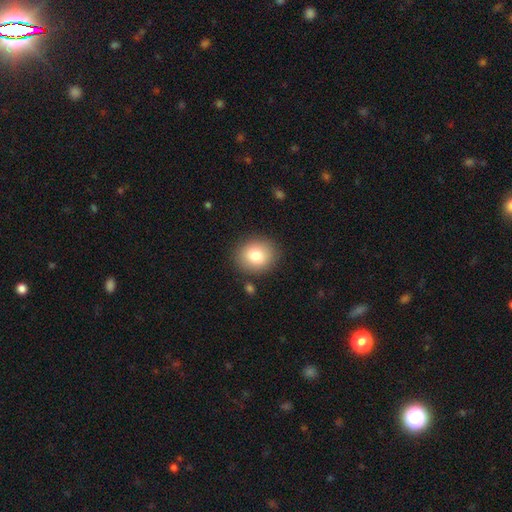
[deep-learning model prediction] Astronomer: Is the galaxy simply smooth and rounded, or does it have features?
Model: smooth — 79%.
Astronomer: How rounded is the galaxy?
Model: round — 74%.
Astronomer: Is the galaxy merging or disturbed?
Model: none — 86%.